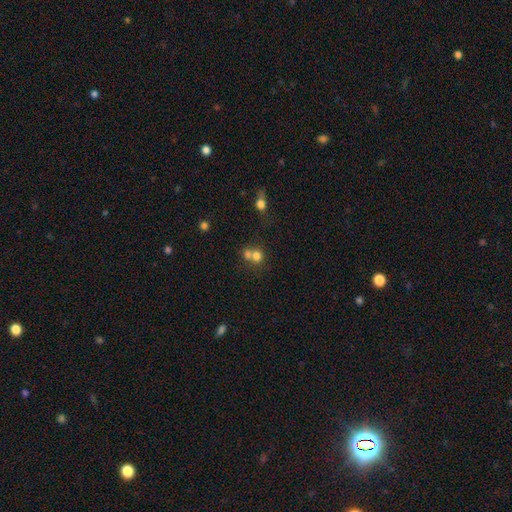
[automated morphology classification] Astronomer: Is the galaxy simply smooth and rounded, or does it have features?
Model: smooth — 73%.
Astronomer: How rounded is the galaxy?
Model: round — 82%.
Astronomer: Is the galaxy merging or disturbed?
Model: merger — 54% (runner-up: none, 36%).